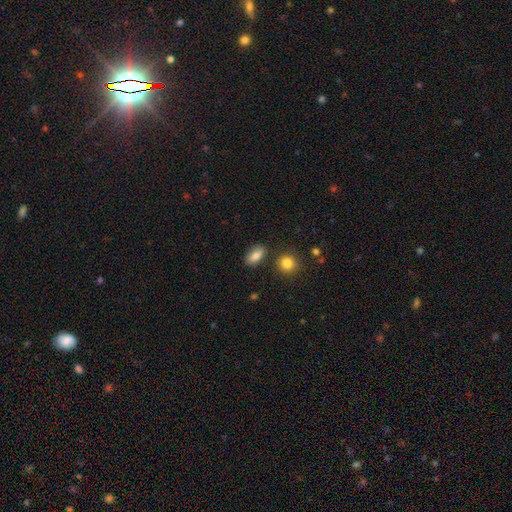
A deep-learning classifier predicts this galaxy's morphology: Smooth or featured: smooth — 82% (featured or disk — 10%)
How rounded: in between — 86% (round — 9%)
Merging: none — 81% (minor disturbance — 11%)